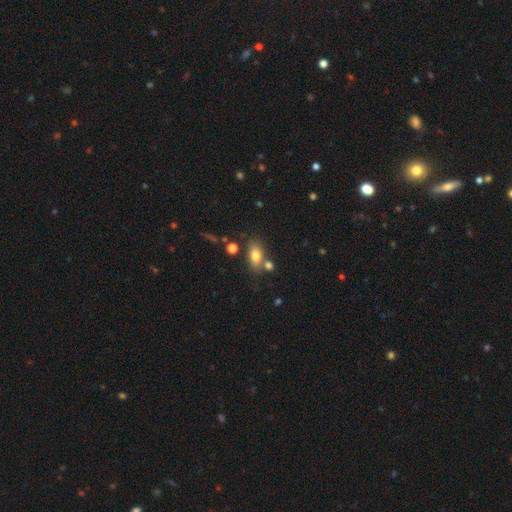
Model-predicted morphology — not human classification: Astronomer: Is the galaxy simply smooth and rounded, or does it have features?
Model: smooth — 75%.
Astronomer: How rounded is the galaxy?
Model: in between — 82%.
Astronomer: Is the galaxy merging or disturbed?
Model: none — 66%.